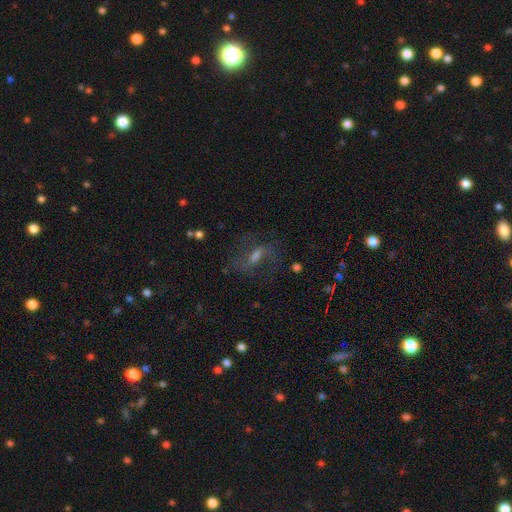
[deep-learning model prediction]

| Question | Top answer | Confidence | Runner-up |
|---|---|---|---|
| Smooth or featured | featured or disk | 58% | smooth (24%) |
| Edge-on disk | no | 89% | yes (11%) |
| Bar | weak | 48% | strong (32%) |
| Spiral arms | yes | 79% | no (21%) |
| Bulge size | moderate | 41% | small (27%) |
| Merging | none | 65% | major disturbance (16%) |